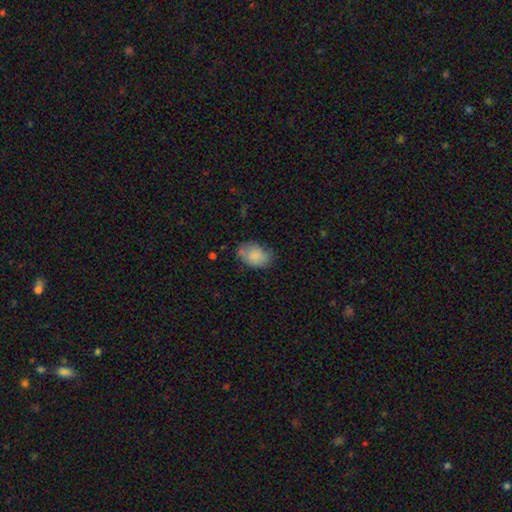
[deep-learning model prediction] Overall: smooth (82%). How rounded: in between (82%). Merging: none (62%; minor disturbance 27%).